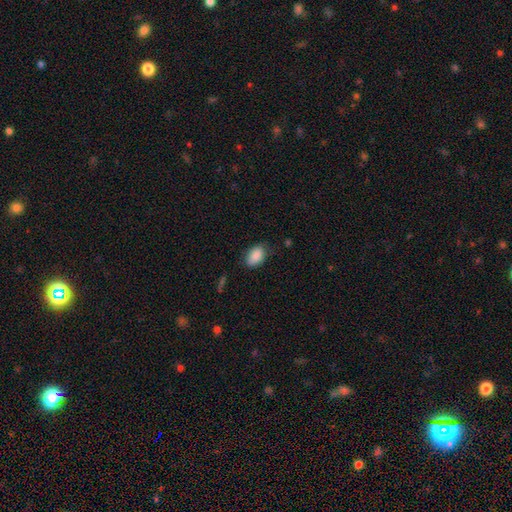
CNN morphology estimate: Overall: smooth (88%). How rounded: in between (88%). Merging: none (74%).